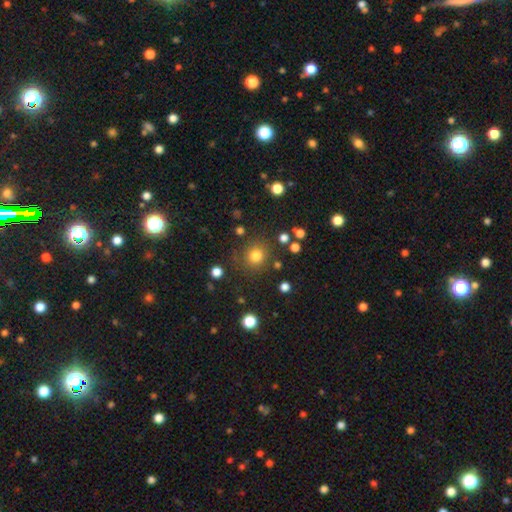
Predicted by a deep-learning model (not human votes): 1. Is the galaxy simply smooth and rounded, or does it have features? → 80% smooth, 15% star or artifact, 6% featured or disk.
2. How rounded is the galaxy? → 91% round, 8% in between, 1% cigar-shaped.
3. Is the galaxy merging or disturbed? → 84% none, 9% minor disturbance, 4% major disturbance, 4% merger.